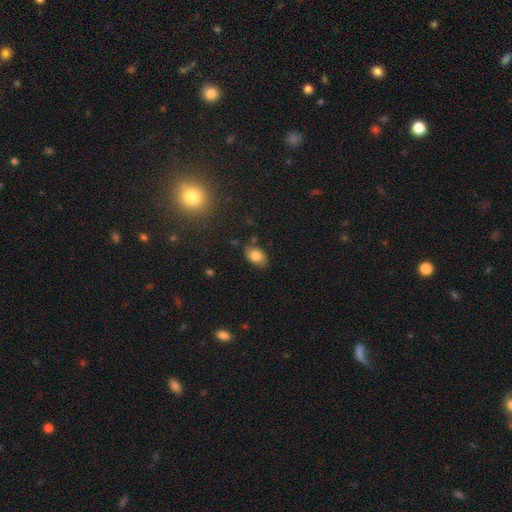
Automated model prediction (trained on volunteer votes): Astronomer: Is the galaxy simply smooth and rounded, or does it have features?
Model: smooth — 81%.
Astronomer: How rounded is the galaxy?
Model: in between — 87%.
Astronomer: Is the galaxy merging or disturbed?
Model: none — 78%.